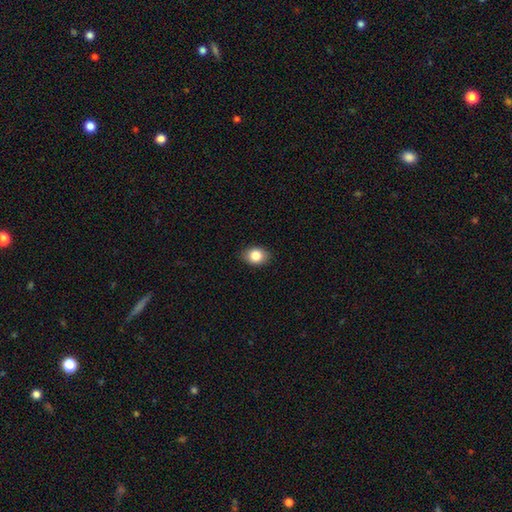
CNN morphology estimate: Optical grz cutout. It shows a smooth galaxy with no disk features (85%) that is in between round and cigar-shaped (67%). Merging: none (87%).